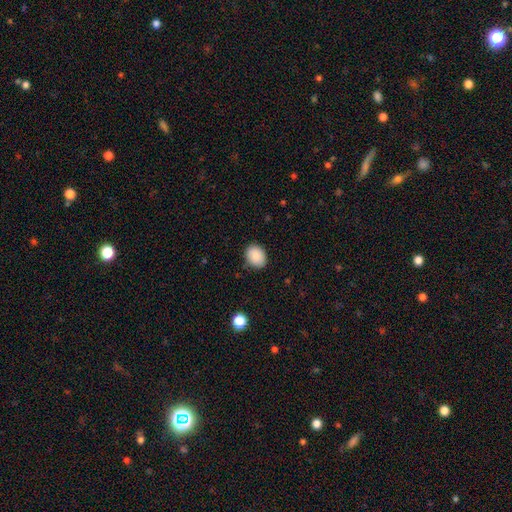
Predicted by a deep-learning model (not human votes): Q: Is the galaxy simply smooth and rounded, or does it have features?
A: smooth — 88%.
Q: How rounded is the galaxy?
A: in between — 53%.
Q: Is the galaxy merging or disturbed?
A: none — 85%.